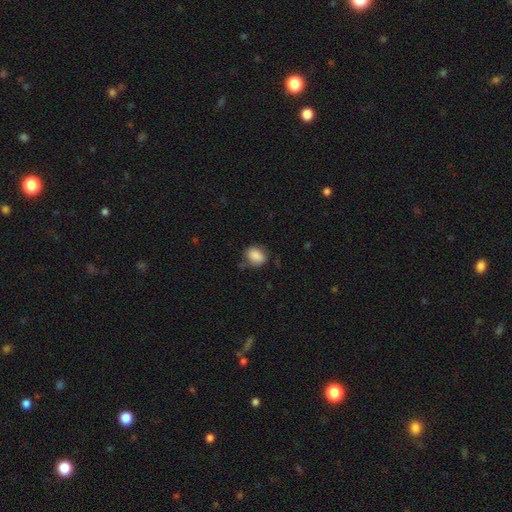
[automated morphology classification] smooth-or-featured: smooth: 86% | star or artifact: 8% | featured or disk: 6%
  how-rounded: in between: 53% | round: 46% | cigar-shaped: 1%
  merging: none: 72% | minor disturbance: 20% | major disturbance: 5% | merger: 3%